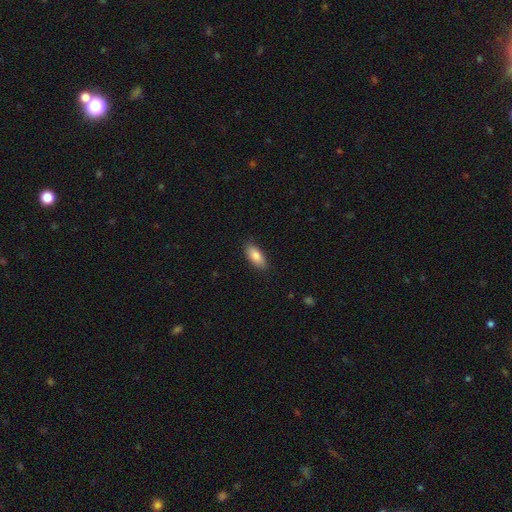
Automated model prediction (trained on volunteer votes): Morphology: type=smooth (85%); roundness=in between (84%); merging=none (87%).